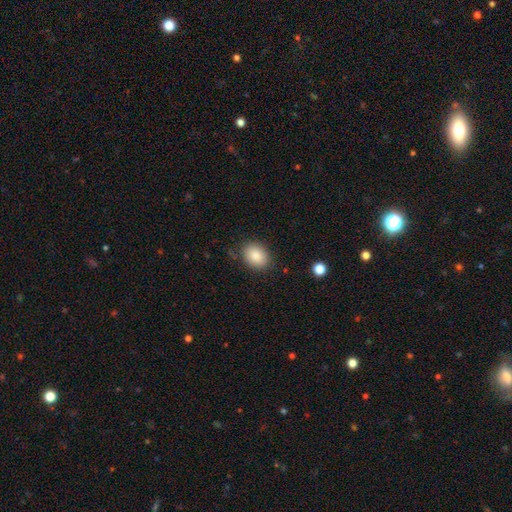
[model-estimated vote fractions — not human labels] A smooth galaxy with no disk features (87%) that is in between round and cigar-shaped (65%).

Vote fractions:
- Smooth or featured? smooth: 87% / star or artifact: 8% / featured or disk: 5%
- How rounded? in between: 65% / round: 34% / cigar-shaped: 1%
- Merging? none: 83% / minor disturbance: 12% / major disturbance: 3% / merger: 2%